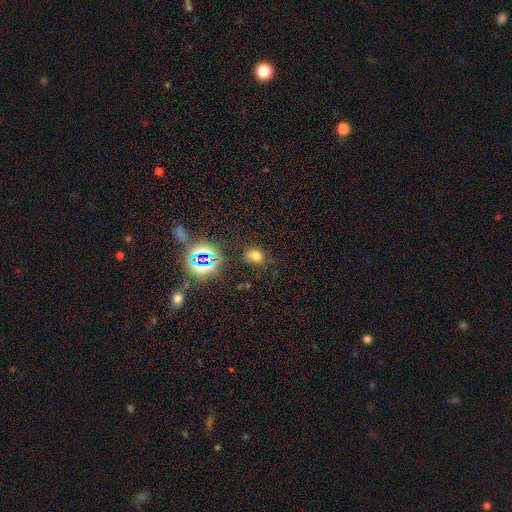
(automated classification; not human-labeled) A smooth galaxy with no disk features (60%) that is in between round and cigar-shaped (52%). Merging: none (68%).